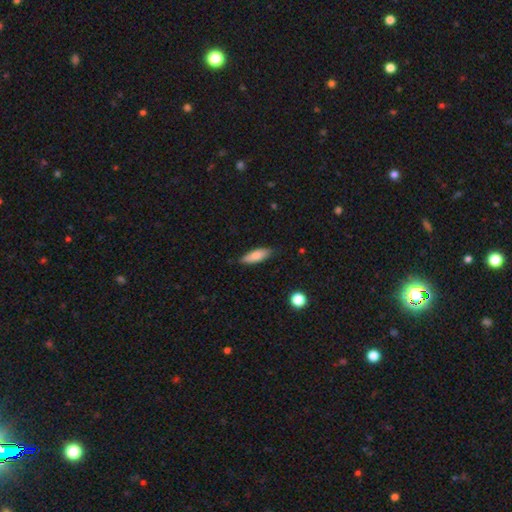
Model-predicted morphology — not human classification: The model was most divided on "how rounded": in between: 59%, cigar-shaped: 39%, round: 2%. More confident: merging — none (82%); smooth or featured — smooth (79%).